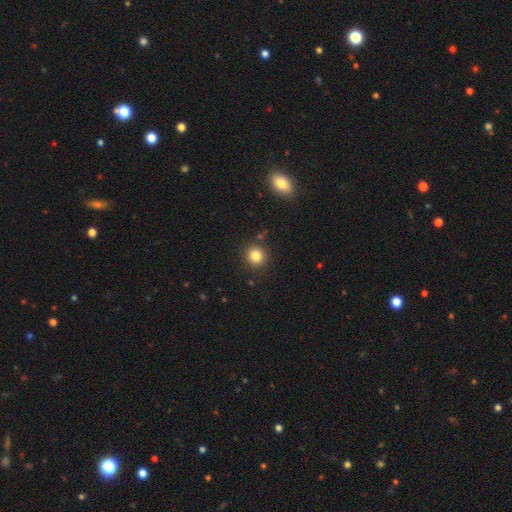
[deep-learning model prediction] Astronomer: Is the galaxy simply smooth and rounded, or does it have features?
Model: smooth — 83%.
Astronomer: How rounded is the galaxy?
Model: round — 91%.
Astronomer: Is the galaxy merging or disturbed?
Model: none — 88%.